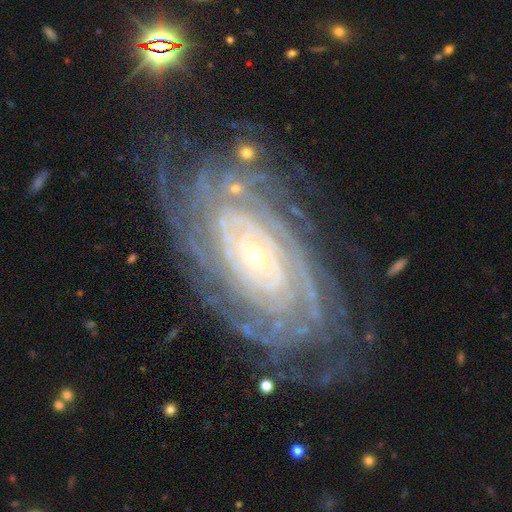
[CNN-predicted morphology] Smooth or featured: featured or disk — 90% (star or artifact — 5%)
Edge-on disk: no — 96% (yes — 4%)
Bar: no — 76% (weak — 15%)
Spiral arms: yes — 98% (no — 2%)
Spiral winding: tight — 86% (medium — 12%)
Spiral arm count: can't tell — 27% (more than 4 — 25%)
Bulge size: small — 82% (moderate — 14%)
Merging: none — 75% (minor disturbance — 16%)